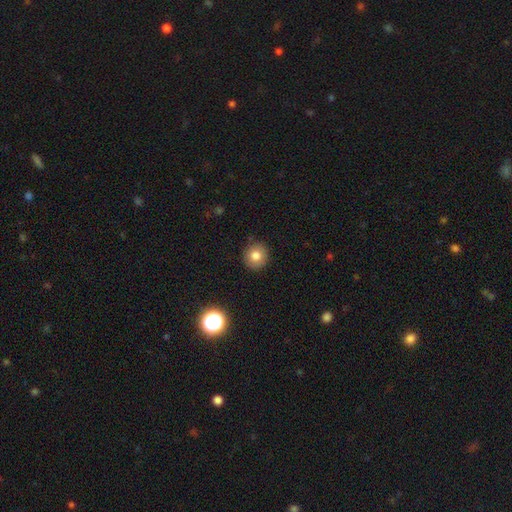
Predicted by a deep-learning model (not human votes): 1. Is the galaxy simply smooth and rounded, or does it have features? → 79% smooth, 12% star or artifact, 9% featured or disk.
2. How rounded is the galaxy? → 92% round, 7% in between, 1% cigar-shaped.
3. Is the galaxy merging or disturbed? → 89% none, 8% minor disturbance, 2% major disturbance, 1% merger.